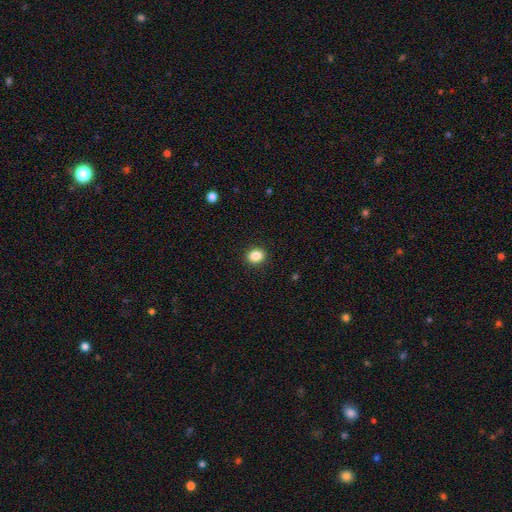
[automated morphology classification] smooth-or-featured: smooth: 86% | star or artifact: 10% | featured or disk: 4%
  how-rounded: round: 59% | in between: 40% | cigar-shaped: 1%
  merging: none: 91% | minor disturbance: 6% | major disturbance: 2% | merger: 1%